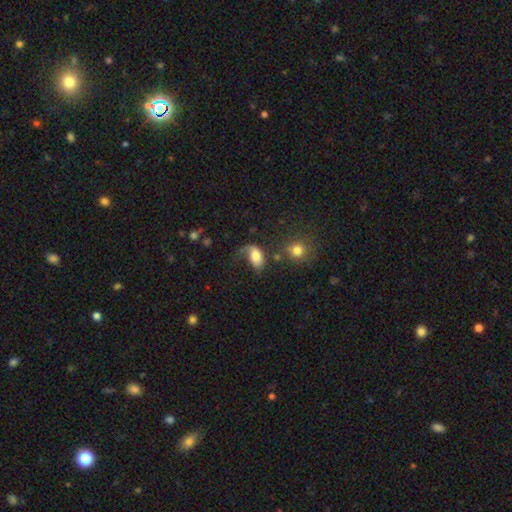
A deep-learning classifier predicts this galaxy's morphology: type=smooth (58%); roundness=in between (83%); merging=major disturbance (44%).